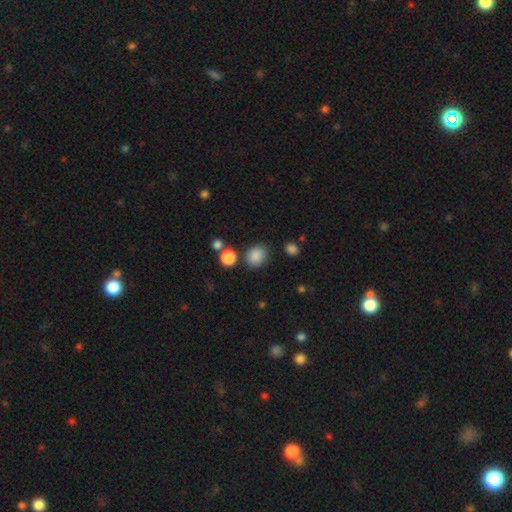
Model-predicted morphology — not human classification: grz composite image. It shows a smooth galaxy with no disk features (86%) that is round (50%). Merging: none (77%).